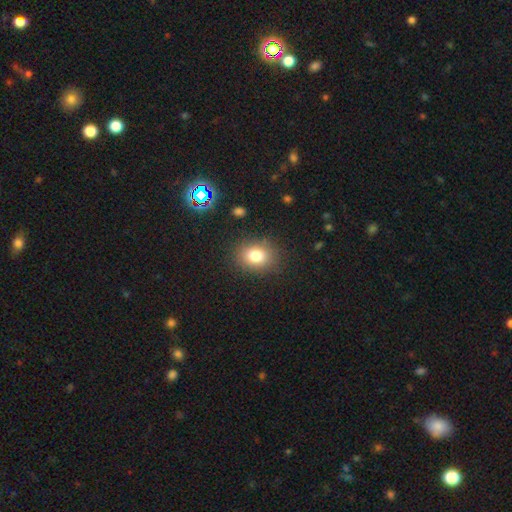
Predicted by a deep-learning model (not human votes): This appears to be a smooth galaxy with no disk features (80%) that is in between round and cigar-shaped (53%). Merging: none (85%).